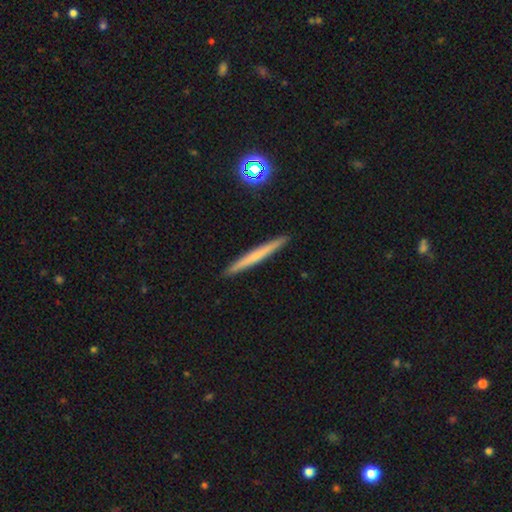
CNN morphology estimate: smooth_or_featured: smooth (p=0.53) [alt: featured or disk p=0.39]
how_rounded: cigar-shaped (p=0.97) [alt: in between p=0.02]
merging: none (p=0.93) [alt: minor disturbance p=0.05]